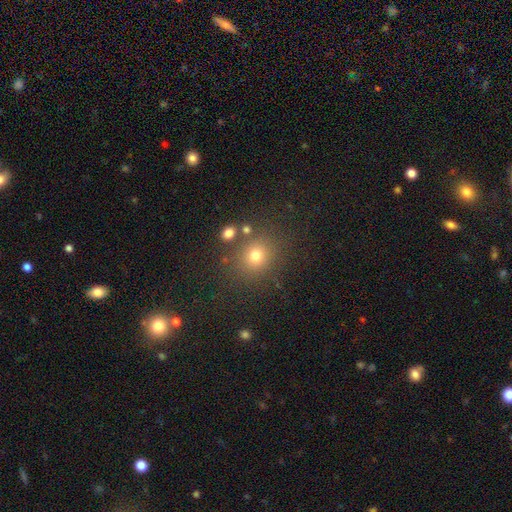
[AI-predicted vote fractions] This appears to be a smooth galaxy with no disk features (74%) that is round (80%). Merging: none (80%).